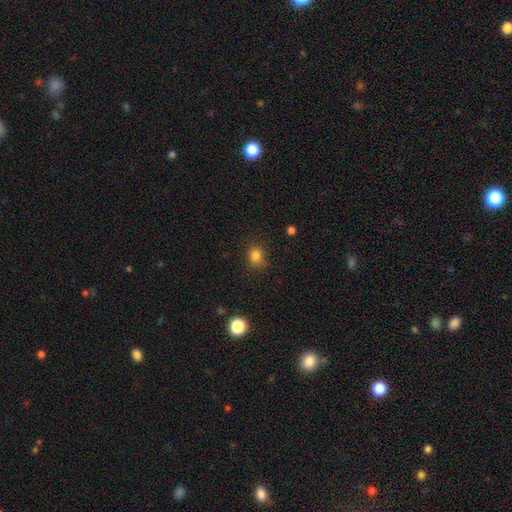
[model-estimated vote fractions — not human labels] A smooth galaxy with no disk features (82%) that is round (63%). Merging: none (84%).